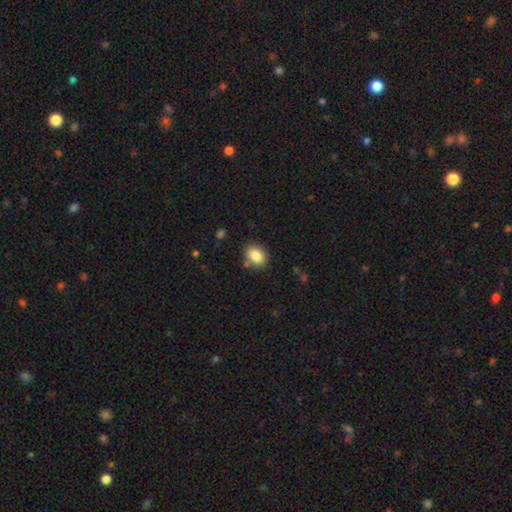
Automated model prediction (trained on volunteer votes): smooth-or-featured: smooth: 85% | star or artifact: 9% | featured or disk: 6%
  how-rounded: in between: 63% | round: 36% | cigar-shaped: 1%
  merging: none: 82% | minor disturbance: 11% | merger: 4% | major disturbance: 3%